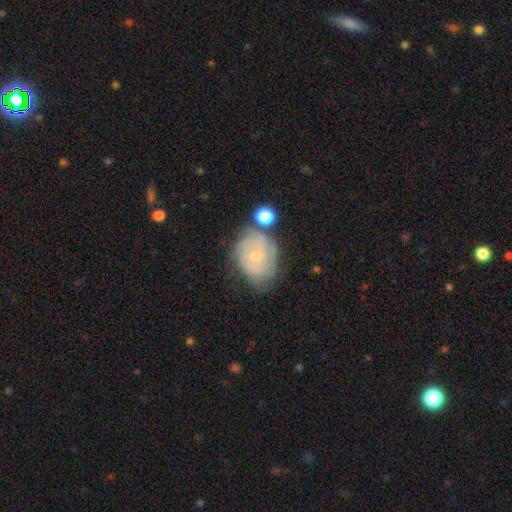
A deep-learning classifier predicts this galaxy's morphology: The model was most divided on "merging": none: 50%, minor disturbance: 29%, major disturbance: 12%, merger: 10%. More confident: edge-on disk — no (97%); bar — no (76%); spiral arms — yes (75%); bulge size — small (70%); smooth or featured — featured or disk (66%).